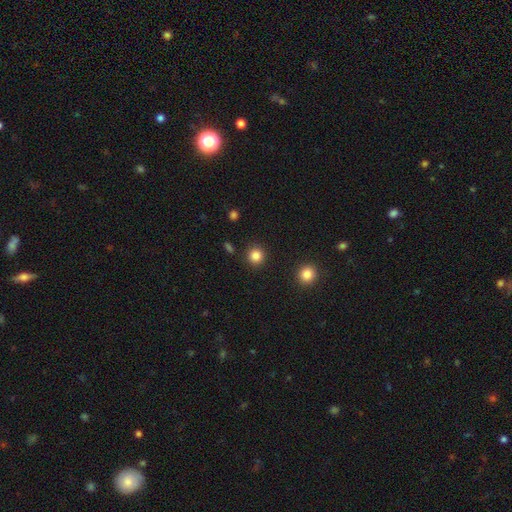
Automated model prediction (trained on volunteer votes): A smooth galaxy with no disk features (85%) that is round (93%). Merging: none (89%).